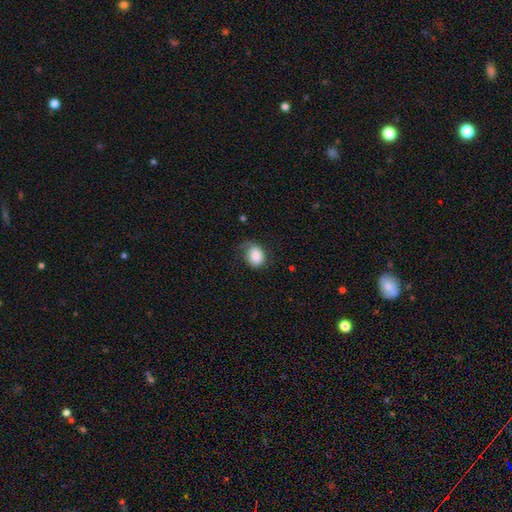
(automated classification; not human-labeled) smooth-or-featured: smooth: 78% | featured or disk: 14% | star or artifact: 8%
  how-rounded: round: 52% | in between: 47% | cigar-shaped: 1%
  merging: none: 51% | minor disturbance: 30% | major disturbance: 18% | merger: 2%